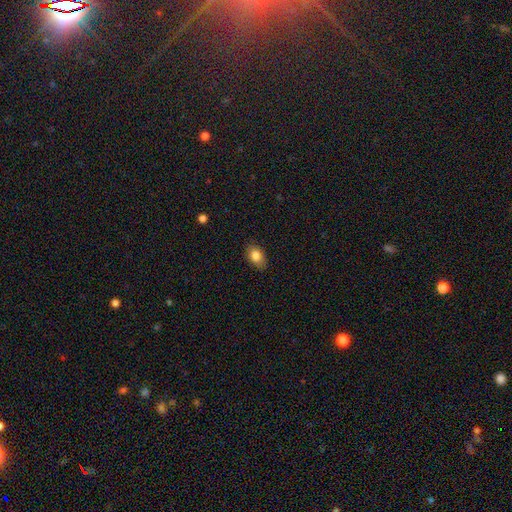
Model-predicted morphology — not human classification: This is clearly a smooth galaxy (83%). How rounded: clearly in between (85%). Merging: clearly none (84%).